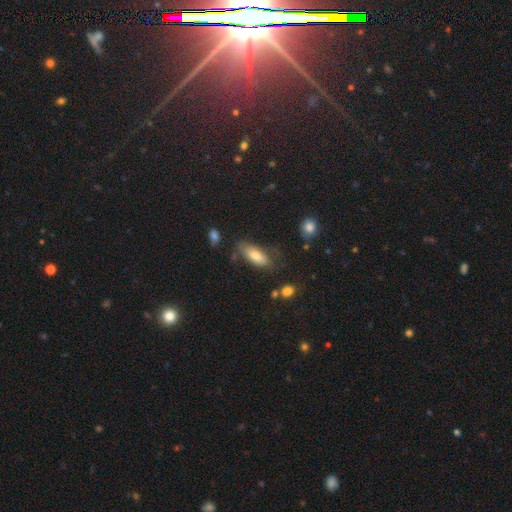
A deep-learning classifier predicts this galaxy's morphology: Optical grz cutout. It shows a smooth galaxy with no disk features (71%) that is in between round and cigar-shaped (73%). Merging: none (63%).